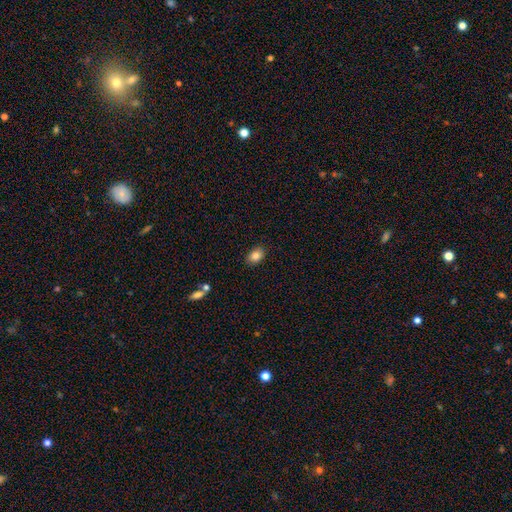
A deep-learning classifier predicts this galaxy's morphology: type=smooth (85%); roundness=in between (82%); merging=none (87%).